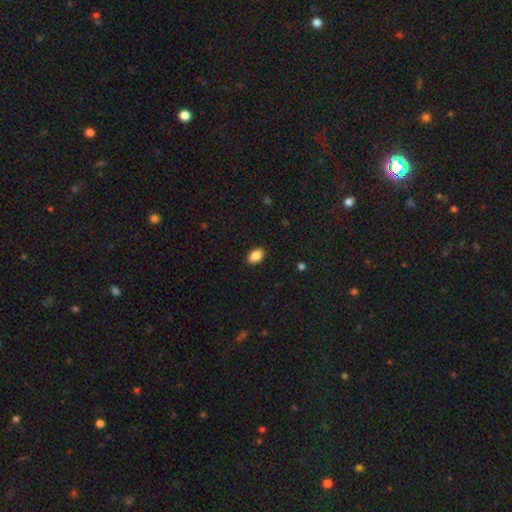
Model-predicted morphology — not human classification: type=smooth (87%); roundness=in between (88%); merging=none (90%).